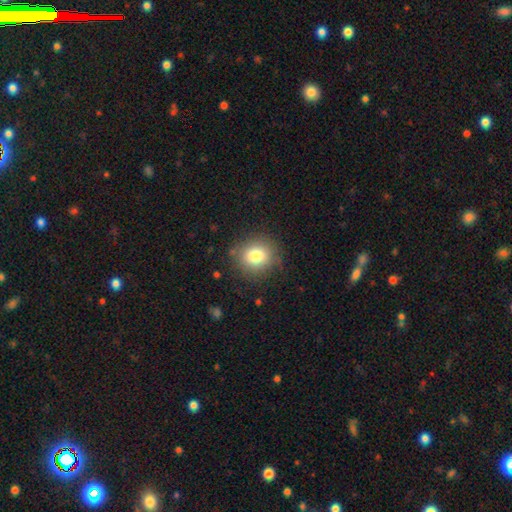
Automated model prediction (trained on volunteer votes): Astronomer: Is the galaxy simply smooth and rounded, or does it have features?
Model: smooth — 80%.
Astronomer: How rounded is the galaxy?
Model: round — 81%.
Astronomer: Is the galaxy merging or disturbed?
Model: none — 83%.